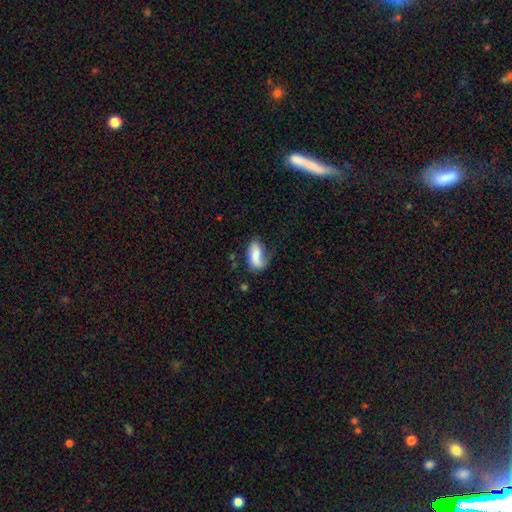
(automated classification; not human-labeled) Q: Smooth or featured?
A: smooth (67%); runner-up: featured or disk (26%)
Q: How rounded?
A: in between (89%); runner-up: cigar-shaped (8%)
Q: Merging?
A: none (42%); runner-up: minor disturbance (30%)